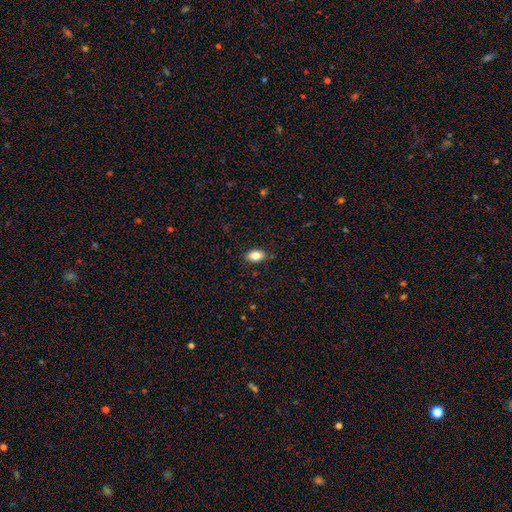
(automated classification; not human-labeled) Smooth or featured? smooth (84%)
How rounded? in between (89%)
Merging? none (87%)